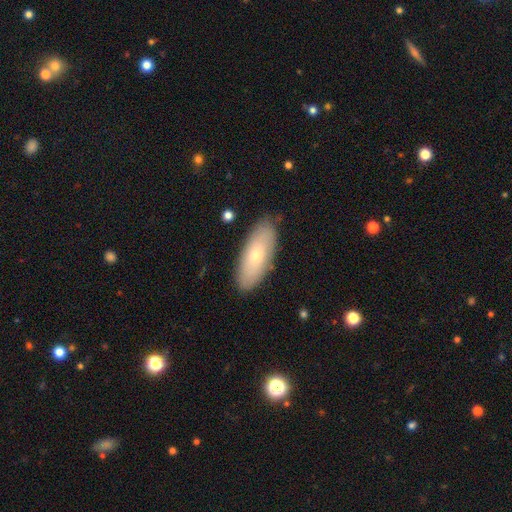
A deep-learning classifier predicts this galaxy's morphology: A smooth galaxy with no disk features (65%) that is in between round and cigar-shaped (78%).

Vote fractions:
- Smooth or featured? smooth: 65% / featured or disk: 28% / star or artifact: 6%
- How rounded? in between: 78% / cigar-shaped: 19% / round: 2%
- Merging? none: 86% / minor disturbance: 11% / major disturbance: 2% / merger: 1%